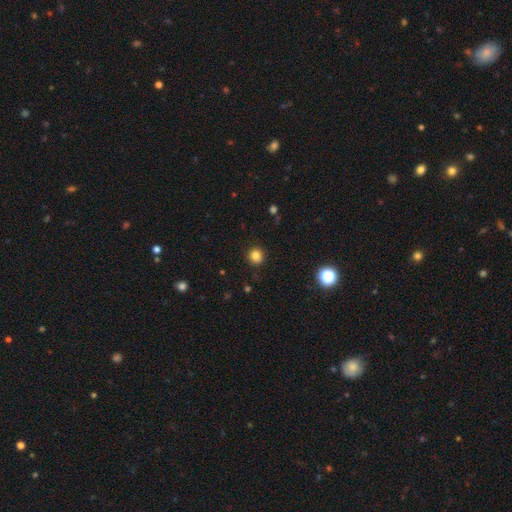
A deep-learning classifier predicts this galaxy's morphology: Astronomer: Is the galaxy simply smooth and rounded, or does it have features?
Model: smooth — 83%.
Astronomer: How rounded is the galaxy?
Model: round — 88%.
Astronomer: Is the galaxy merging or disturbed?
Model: none — 90%.